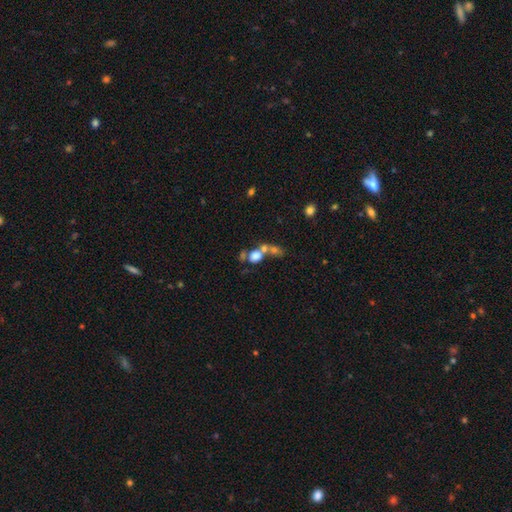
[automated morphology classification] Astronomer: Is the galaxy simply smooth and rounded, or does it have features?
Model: smooth — 69%.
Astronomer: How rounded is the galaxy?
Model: in between — 49% (runner-up: round, 48%).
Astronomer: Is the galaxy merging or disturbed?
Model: merger — 59%.